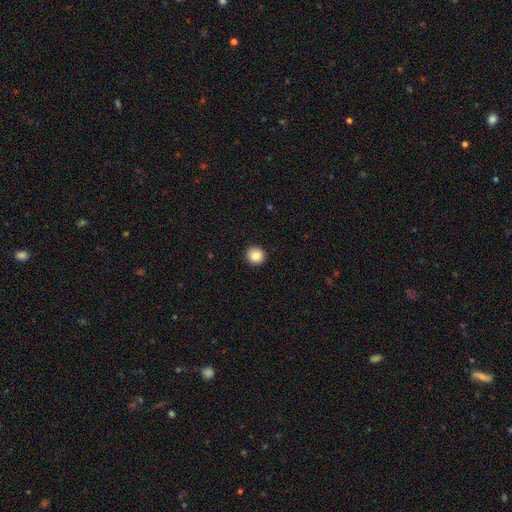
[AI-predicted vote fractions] This is clearly a smooth galaxy (86%). How rounded: clearly round (94%). Merging: clearly none (93%).